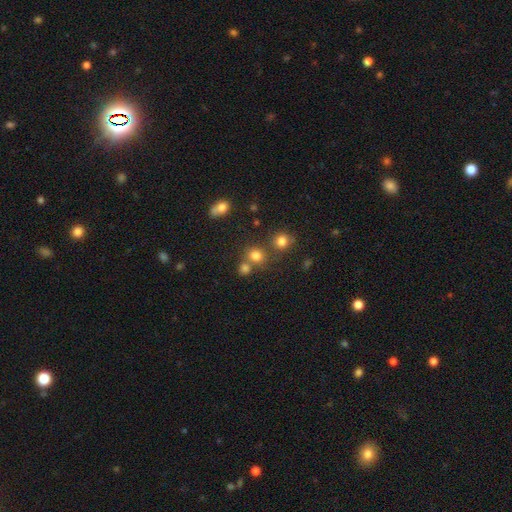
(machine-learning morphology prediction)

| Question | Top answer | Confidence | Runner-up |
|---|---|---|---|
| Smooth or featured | smooth | 76% | star or artifact (16%) |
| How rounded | round | 80% | in between (19%) |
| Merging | none | 61% | merger (26%) |